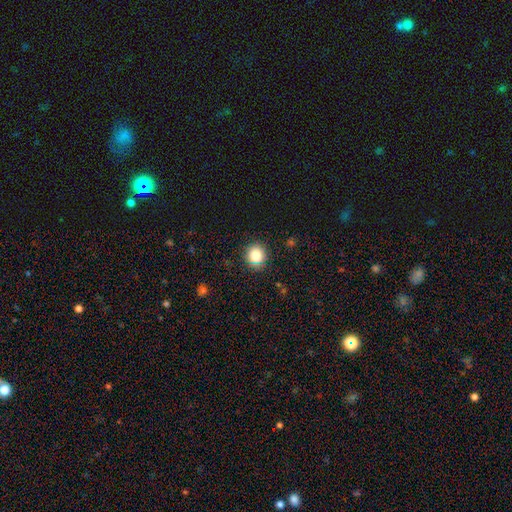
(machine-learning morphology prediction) Smooth or featured: smooth — 83% (star or artifact — 11%)
How rounded: round — 85% (in between — 14%)
Merging: none — 89% (minor disturbance — 8%)